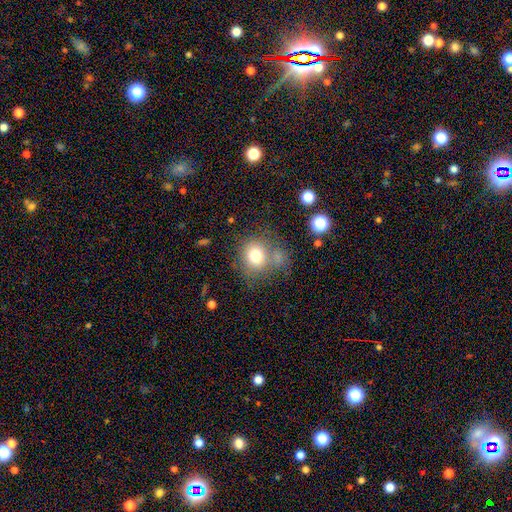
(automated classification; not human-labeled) smooth_or_featured: smooth (p=0.74) [alt: featured or disk p=0.14]
how_rounded: round (p=0.80) [alt: in between p=0.19]
merging: none (p=0.55) [alt: merger p=0.19]